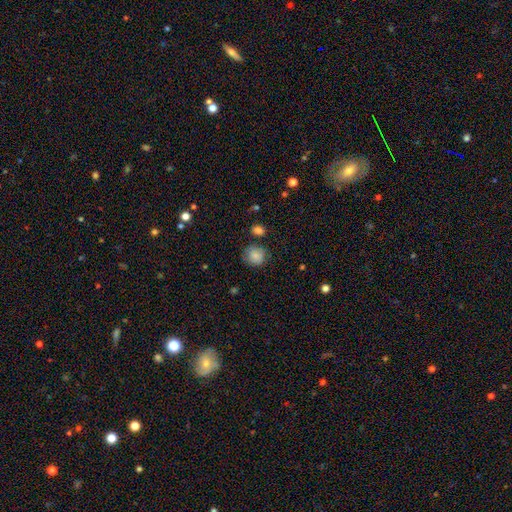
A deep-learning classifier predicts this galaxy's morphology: Q: Smooth or featured?
A: smooth (82%); runner-up: star or artifact (9%)
Q: How rounded?
A: round (81%); runner-up: in between (18%)
Q: Merging?
A: none (71%); runner-up: minor disturbance (19%)